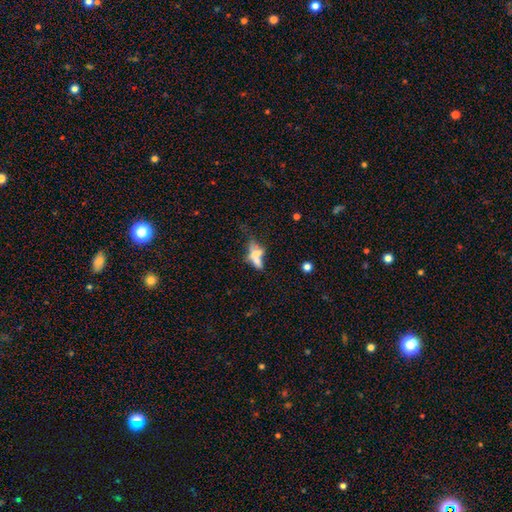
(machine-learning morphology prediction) A smooth galaxy with no disk features (49%).

Vote fractions:
- Smooth or featured? smooth: 49% / featured or disk: 38% / star or artifact: 13%
- Merging? merger: 46% / none: 28% / major disturbance: 13% / minor disturbance: 12%